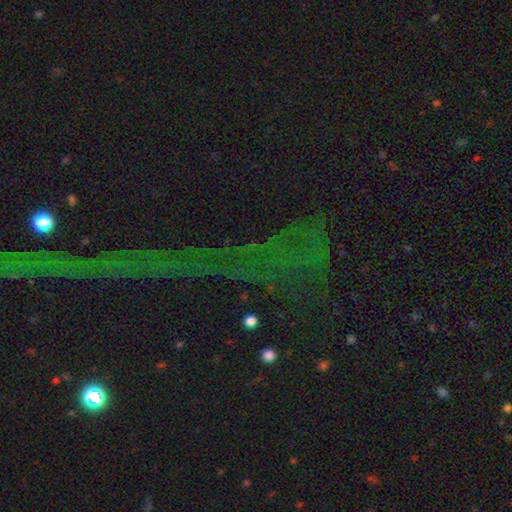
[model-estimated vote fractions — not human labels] Smooth or featured? Predicted: star or artifact (p=0.78).